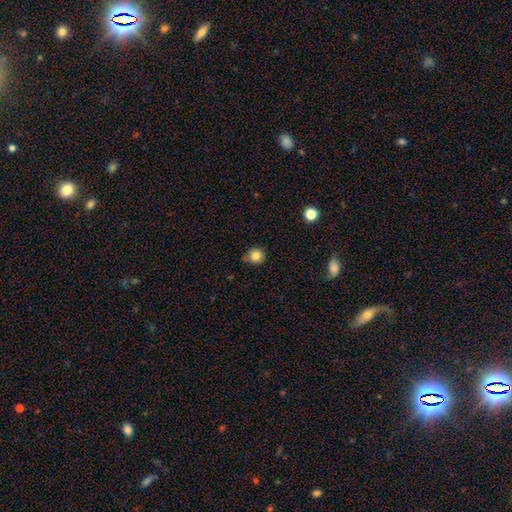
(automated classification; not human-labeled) This is clearly a smooth galaxy (82%). How rounded: clearly round (88%). Merging: likely none (75%).